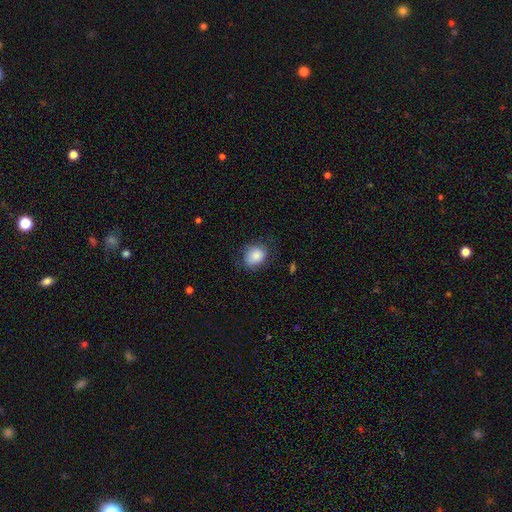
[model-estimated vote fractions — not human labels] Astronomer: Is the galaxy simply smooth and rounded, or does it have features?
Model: smooth — 84%.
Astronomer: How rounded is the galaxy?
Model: round — 51% (runner-up: in between, 48%).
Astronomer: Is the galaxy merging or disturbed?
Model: none — 69%.